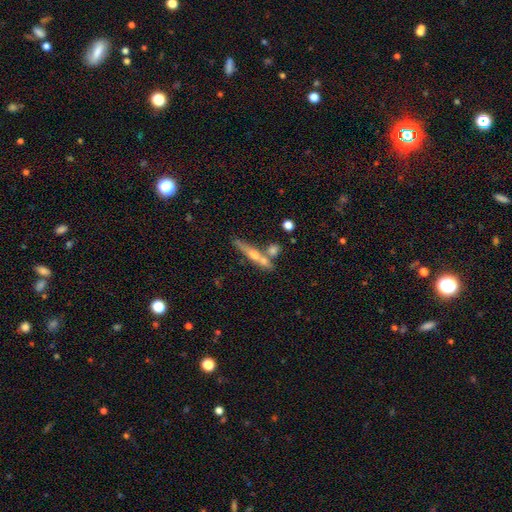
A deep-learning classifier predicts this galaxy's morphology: type=featured or disk (57%); edge-on=yes (91%); edge-on bulge=rounded (81%); merging=none (58%).